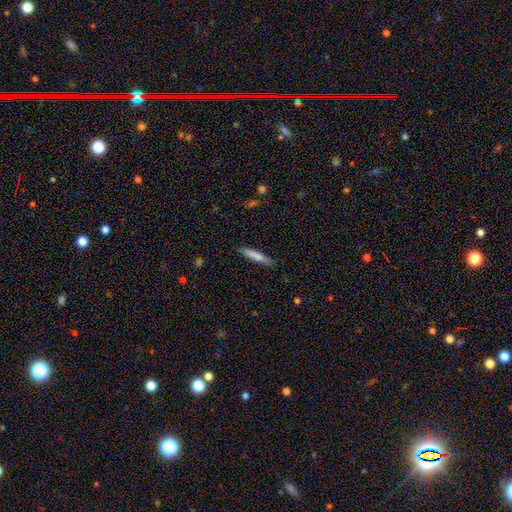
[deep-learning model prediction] Smooth or featured?
  - smooth: 75% *
  - featured or disk: 18%
  - star or artifact: 6%
How rounded?
  - cigar-shaped: 90% *
  - in between: 8%
  - round: 1%
Merging?
  - none: 86% *
  - minor disturbance: 10%
  - major disturbance: 2%
  - merger: 1%